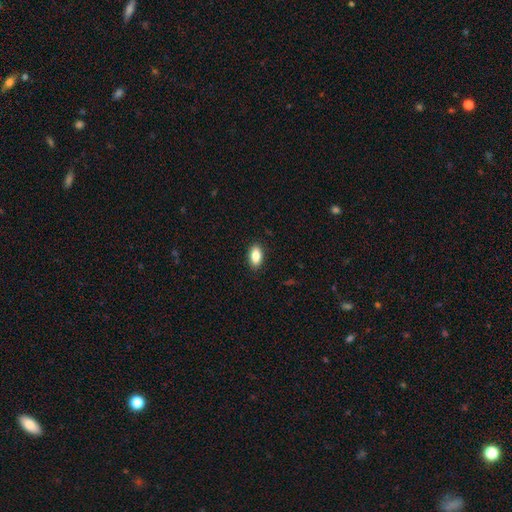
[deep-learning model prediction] This appears to be a smooth galaxy with no disk features (86%) that is in between round and cigar-shaped (92%). Merging: none (89%).